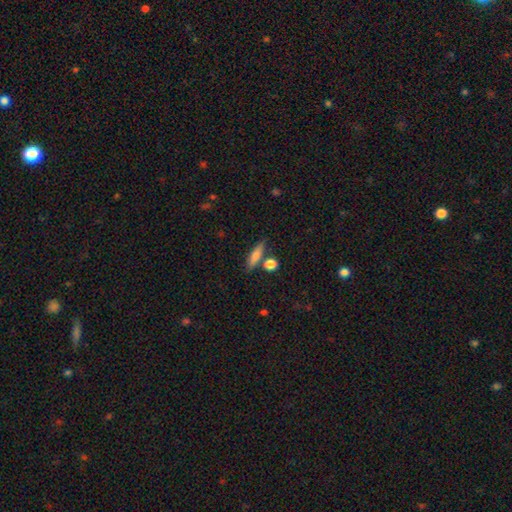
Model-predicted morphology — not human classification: smooth_or_featured: smooth (p=0.74) [alt: featured or disk p=0.19]
how_rounded: cigar-shaped (p=0.64) [alt: in between p=0.31]
merging: none (p=0.72) [alt: merger p=0.13]